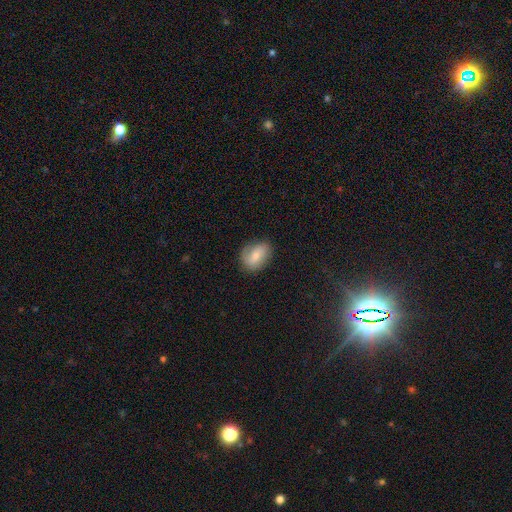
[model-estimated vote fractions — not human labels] A smooth galaxy with no disk features (63%) that is in between round and cigar-shaped (73%). Merging: none (72%).